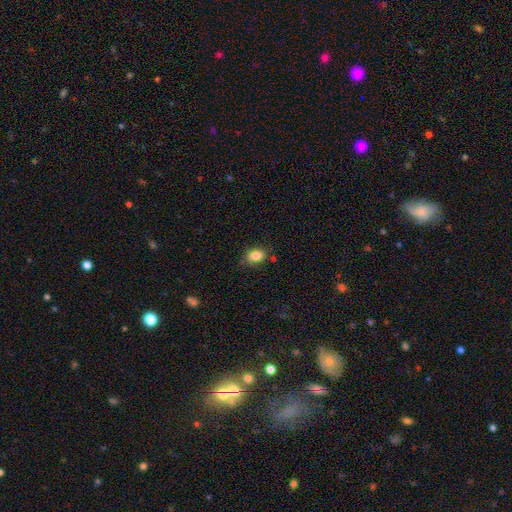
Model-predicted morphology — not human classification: Overall: smooth (85%). How rounded: in between (76%). Merging: none (74%).